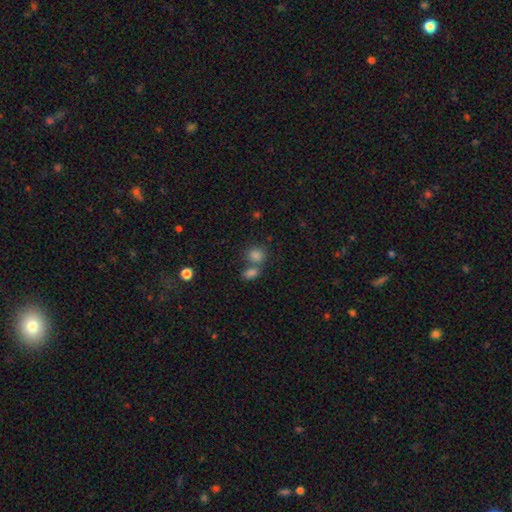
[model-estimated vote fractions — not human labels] smooth-or-featured: smooth: 79% | star or artifact: 13% | featured or disk: 7%
  how-rounded: round: 61% | in between: 38% | cigar-shaped: 1%
  merging: none: 46% | merger: 42% | minor disturbance: 9% | major disturbance: 4%